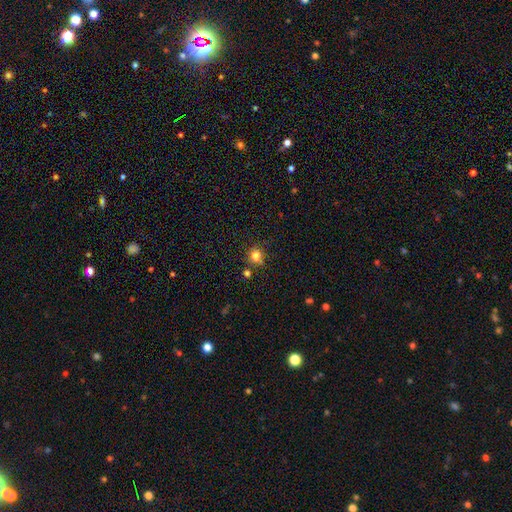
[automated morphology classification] smooth 78%, star or artifact 15%, featured or disk 7%. Down the decision tree: how rounded — round (86%); merging — none (72%).